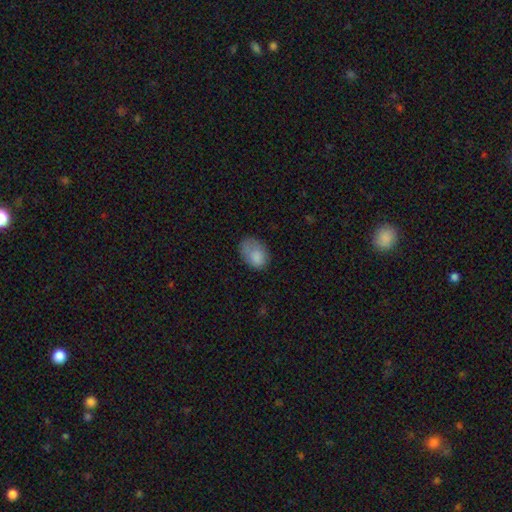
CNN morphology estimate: smooth-or-featured: smooth: 81% | featured or disk: 11% | star or artifact: 8%
  how-rounded: in between: 82% | round: 17% | cigar-shaped: 1%
  merging: none: 55% | minor disturbance: 29% | major disturbance: 14% | merger: 2%